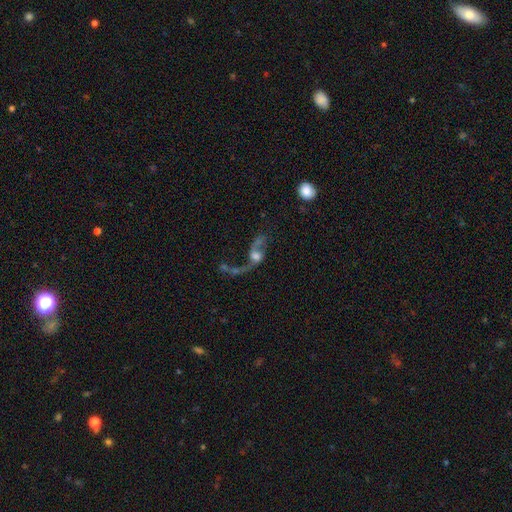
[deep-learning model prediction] A featured or disk galaxy (61%) with no bar (73%), spiral arms (65%) and a moderate central bulge (41%). Merging: merger (36%).